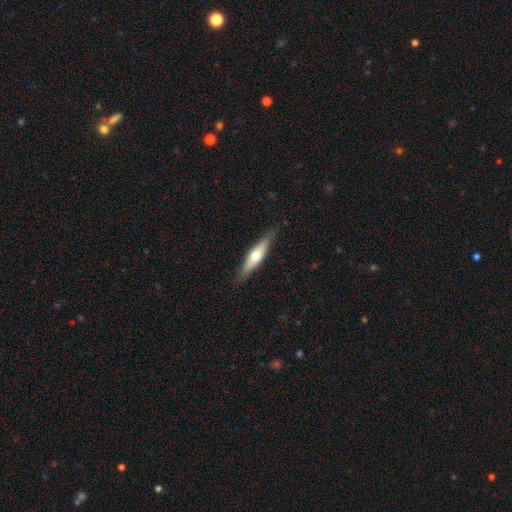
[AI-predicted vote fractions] Overall: featured or disk (48%; smooth 47%). Merging: none (85%).